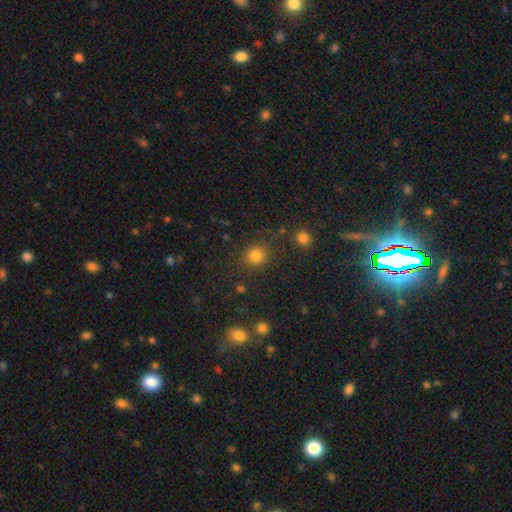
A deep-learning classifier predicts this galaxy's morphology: Smooth or featured: smooth — 81% (star or artifact — 14%)
How rounded: round — 86% (in between — 13%)
Merging: none — 83% (minor disturbance — 9%)